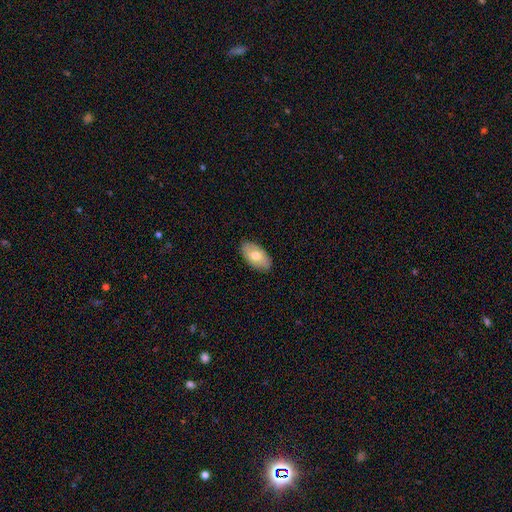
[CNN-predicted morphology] Smooth or featured?
  - smooth: 70% *
  - featured or disk: 24%
  - star or artifact: 6%
How rounded?
  - in between: 94% *
  - round: 4%
  - cigar-shaped: 2%
Merging?
  - none: 88% *
  - minor disturbance: 9%
  - major disturbance: 2%
  - merger: 1%